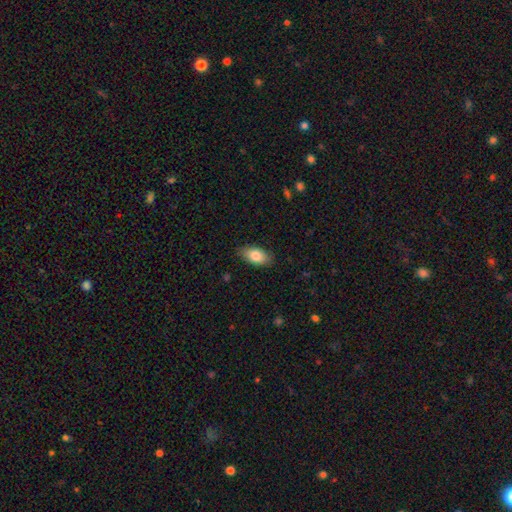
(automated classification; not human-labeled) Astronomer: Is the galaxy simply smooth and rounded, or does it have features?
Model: smooth — 83%.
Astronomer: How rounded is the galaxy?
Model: in between — 91%.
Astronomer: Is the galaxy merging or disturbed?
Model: none — 85%.